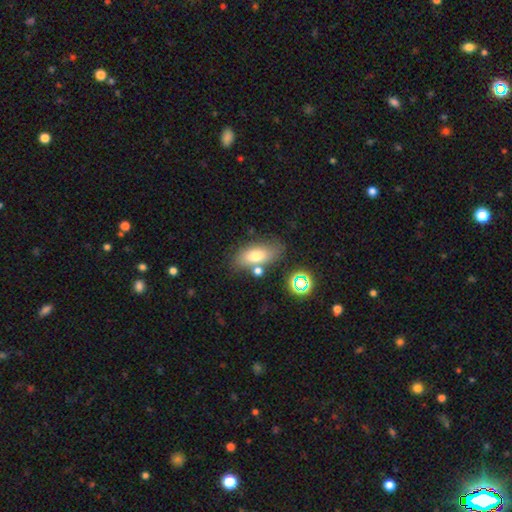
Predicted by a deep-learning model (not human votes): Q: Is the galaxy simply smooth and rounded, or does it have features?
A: smooth — 70%.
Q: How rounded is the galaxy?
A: in between — 82%.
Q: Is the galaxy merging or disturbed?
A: none — 67%.